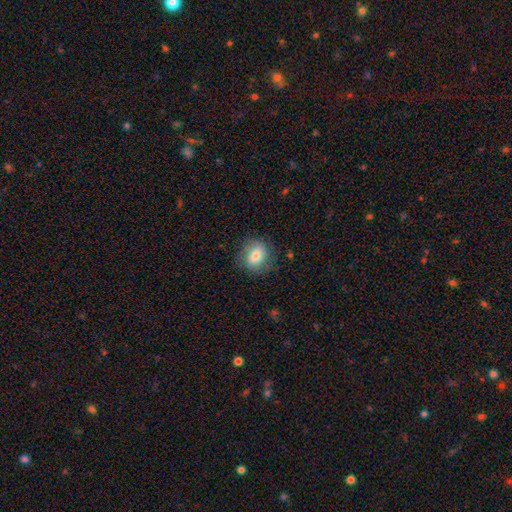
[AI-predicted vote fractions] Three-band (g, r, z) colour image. It shows a smooth galaxy with no disk features (74%) that is round (60%). Merging: none (78%).